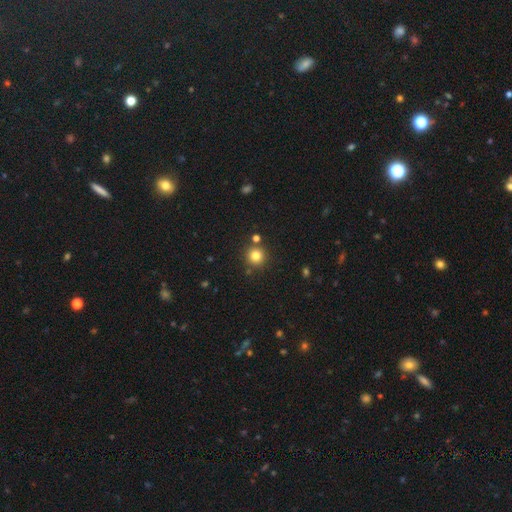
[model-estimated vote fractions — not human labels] Morphology: type=smooth (81%); roundness=round (94%); merging=none (83%).